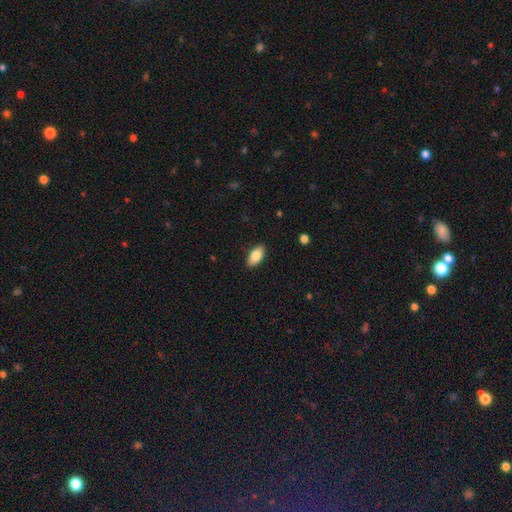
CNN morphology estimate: Smooth or featured: smooth — 82% (featured or disk — 11%)
How rounded: in between — 91% (cigar-shaped — 6%)
Merging: none — 89% (minor disturbance — 8%)